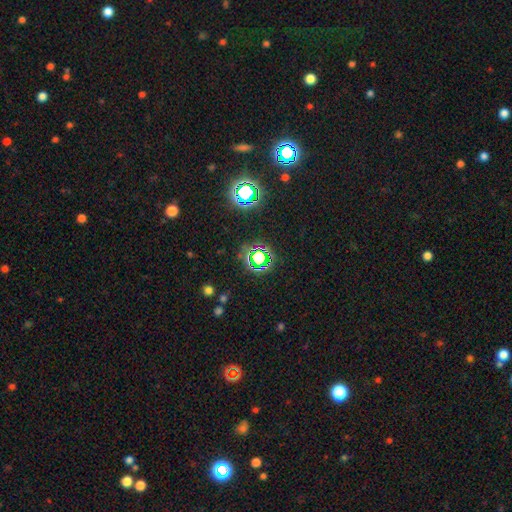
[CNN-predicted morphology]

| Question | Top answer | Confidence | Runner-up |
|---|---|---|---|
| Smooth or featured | star or artifact | 68% | smooth (23%) |